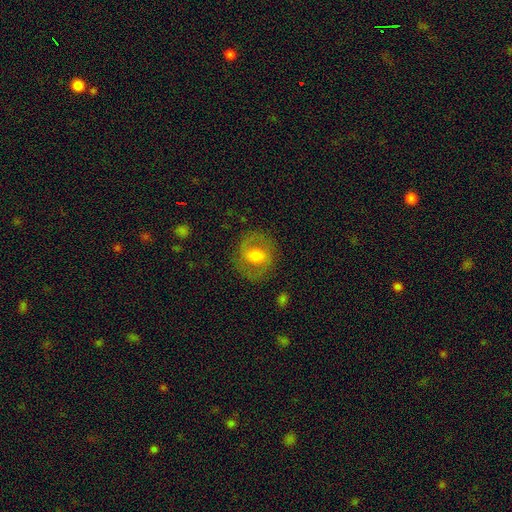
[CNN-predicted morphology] Smooth or featured: featured or disk — 57% (smooth — 35%)
Edge-on disk: no — 96% (yes — 4%)
Bar: weak — 45% (no — 33%)
Spiral arms: yes — 69% (no — 31%)
Bulge size: moderate — 60% (small — 21%)
Merging: none — 79% (minor disturbance — 13%)